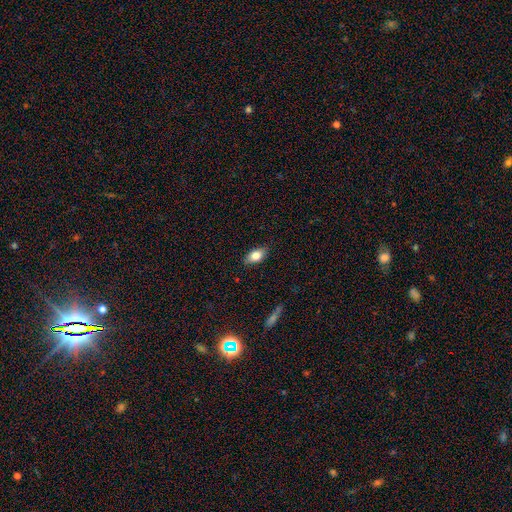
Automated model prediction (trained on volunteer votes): Overall: smooth (79%). How rounded: in between (88%). Merging: none (85%).